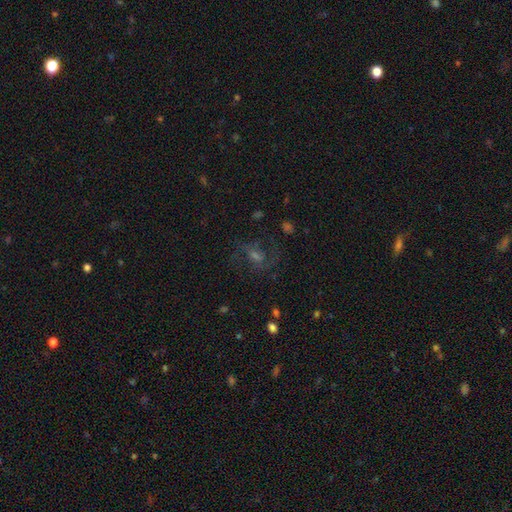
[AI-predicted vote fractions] Morphology: type=featured or disk (56%); edge-on=no (96%); bar=weak (48%); spiral arms=yes (85%); bulge=moderate (40%); merging=none (68%).